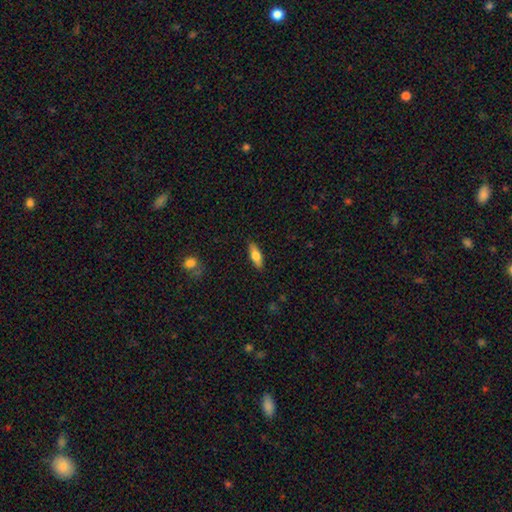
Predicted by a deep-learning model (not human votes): Smooth or featured? Predicted: smooth (p=0.64). How rounded? Predicted: in between (p=0.55). Merging? Predicted: none (p=0.87).